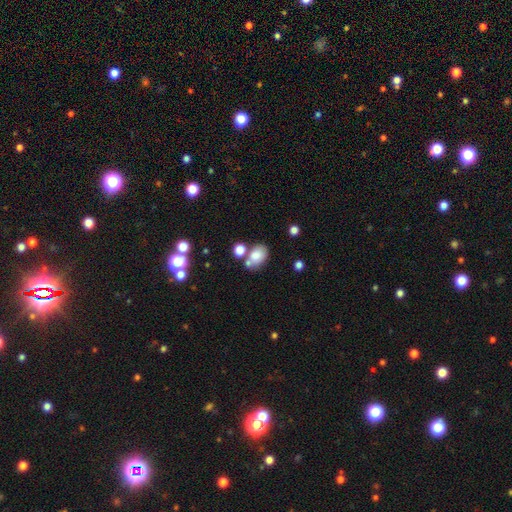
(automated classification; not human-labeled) This is likely a smooth galaxy (77%). How rounded: likely in between (72%). Merging: possibly none (56%).